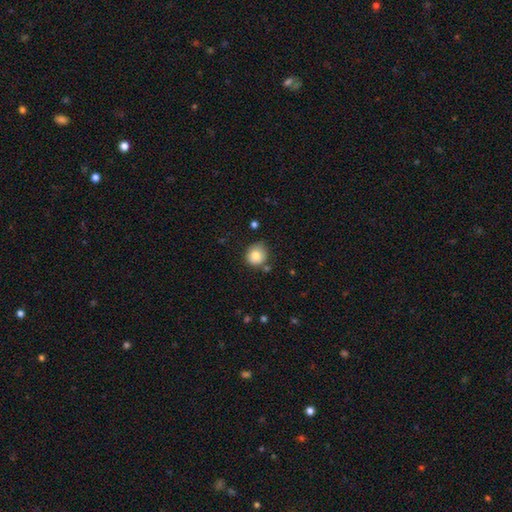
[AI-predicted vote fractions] Smooth or featured? Predicted: smooth (p=0.81). How rounded? Predicted: round (p=0.84). Merging? Predicted: none (p=0.70).